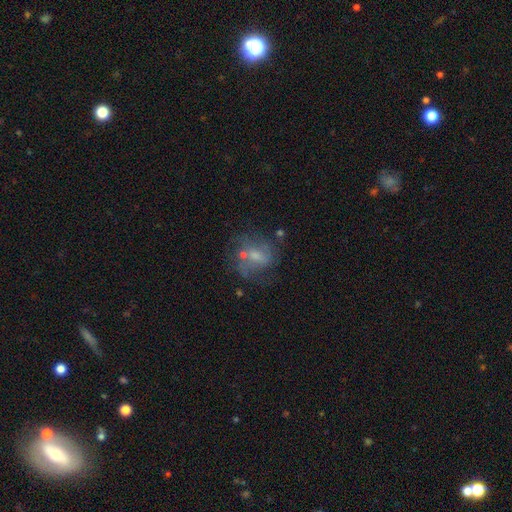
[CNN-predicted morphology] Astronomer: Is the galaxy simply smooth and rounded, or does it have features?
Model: featured or disk — 58%.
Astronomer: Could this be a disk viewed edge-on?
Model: no — 96%.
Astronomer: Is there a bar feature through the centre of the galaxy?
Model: weak — 45% (runner-up: no, 42%).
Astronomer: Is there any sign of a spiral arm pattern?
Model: yes — 66%.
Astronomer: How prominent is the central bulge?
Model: small — 41% (runner-up: moderate, 37%).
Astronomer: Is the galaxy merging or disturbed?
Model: none — 52%.